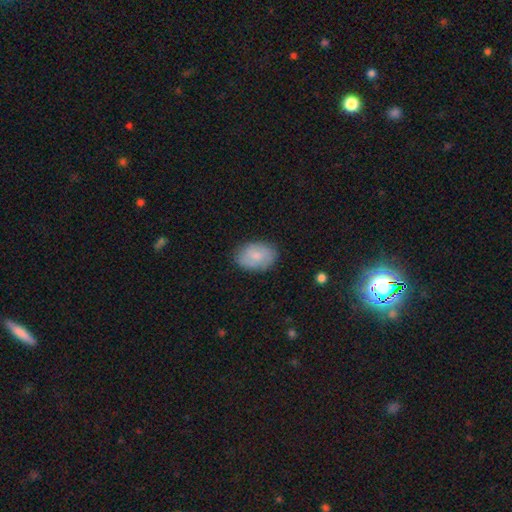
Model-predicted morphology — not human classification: smooth 73%, featured or disk 20%, star or artifact 7%. Down the decision tree: how rounded — in between (82%); merging — none (80%).